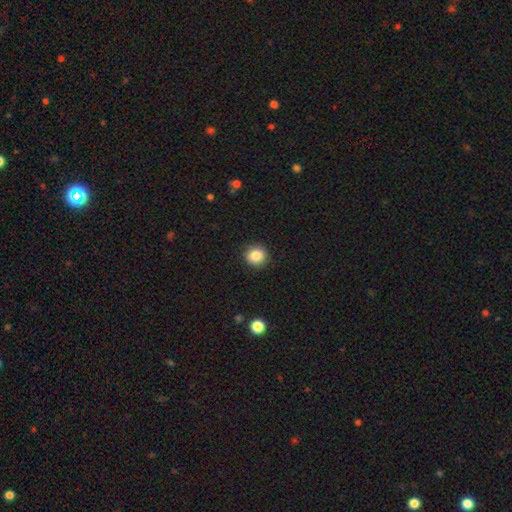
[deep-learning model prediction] smooth 85%, star or artifact 10%, featured or disk 5%. Down the decision tree: how rounded — round (90%); merging — none (91%).